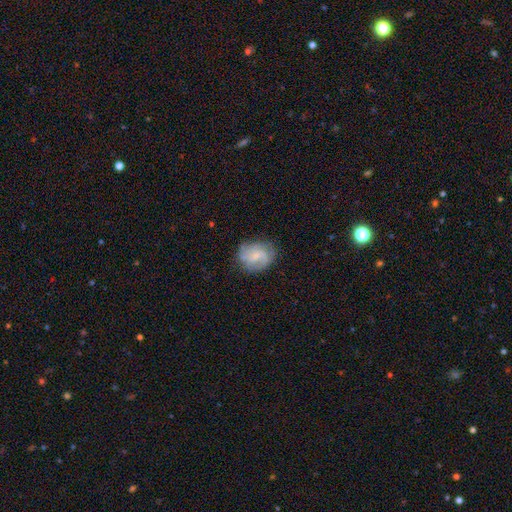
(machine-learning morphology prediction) Overall: featured or disk (58%; smooth 34%). Edge-on disk: no (98%). Bar: no (51%; weak 43%). Spiral arms: yes (88%). Bulge size: small (51%; moderate 25%). Merging: none (70%).